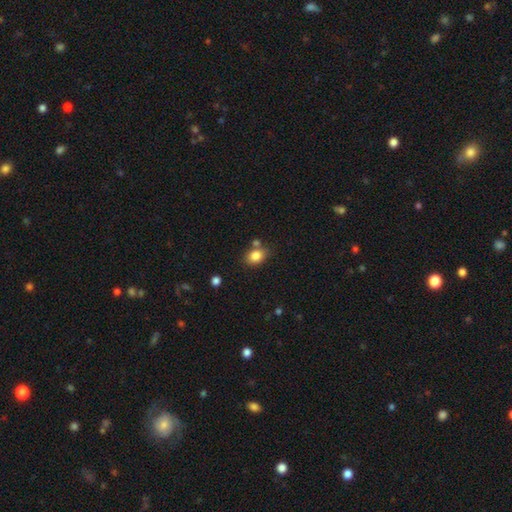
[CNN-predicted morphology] Smooth or featured?
  - smooth: 83% *
  - star or artifact: 10%
  - featured or disk: 7%
How rounded?
  - in between: 58% *
  - round: 41%
  - cigar-shaped: 1%
Merging?
  - none: 67% *
  - merger: 15%
  - minor disturbance: 14%
  - major disturbance: 4%